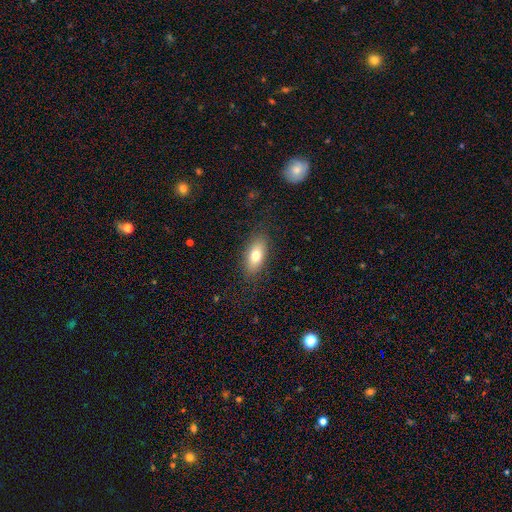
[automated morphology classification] This is likely a smooth galaxy (76%). How rounded: clearly in between (84%). Merging: clearly none (84%).